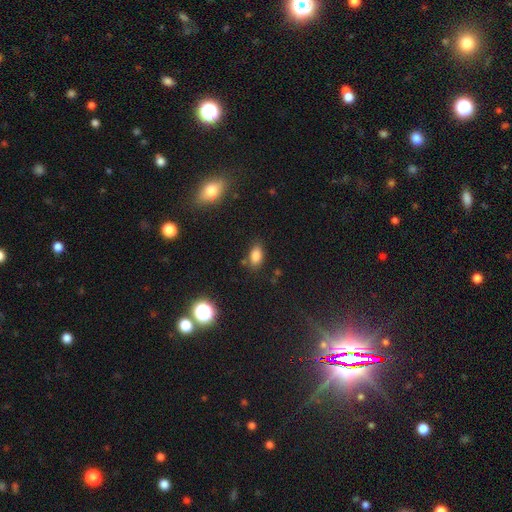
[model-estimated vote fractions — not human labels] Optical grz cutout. It shows a smooth galaxy with no disk features (82%) that is in between round and cigar-shaped (88%). Merging: none (77%).